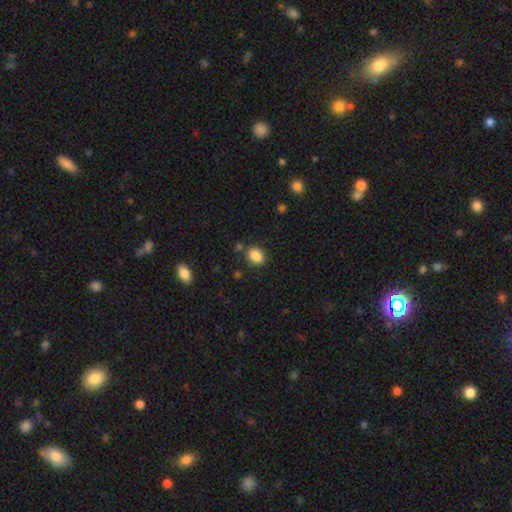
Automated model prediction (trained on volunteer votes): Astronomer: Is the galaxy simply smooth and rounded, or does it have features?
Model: smooth — 87%.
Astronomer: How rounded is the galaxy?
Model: in between — 65%.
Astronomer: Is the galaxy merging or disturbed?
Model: none — 81%.